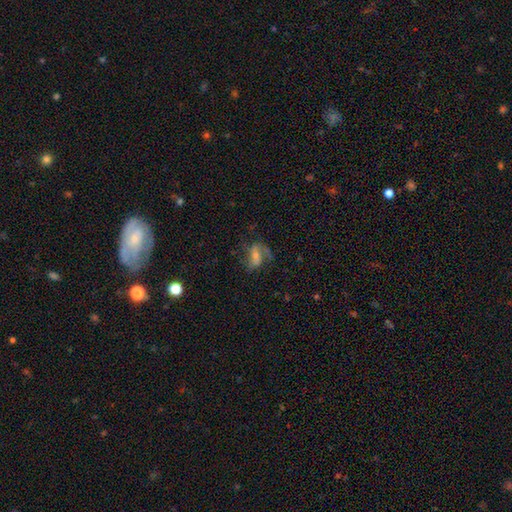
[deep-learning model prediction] smooth-or-featured: featured or disk: 65% | smooth: 25% | star or artifact: 9%
  disk-edge-on: no: 96% | yes: 4%
    bar: weak: 40% | no: 32% | strong: 28%
    has-spiral-arms: yes: 84% | no: 16%
      spiral-winding: loose: 47% | medium: 41% | tight: 13%
      spiral-arm-count: 2: 70% | 1: 18% | can't tell: 8% | 3: 2% | 4: 1% | more than 4: 1%
    bulge-size: small: 47% | moderate: 37% | none: 9% | large: 5% | dominant: 2%
  merging: none: 51% | major disturbance: 25% | minor disturbance: 21% | merger: 3%